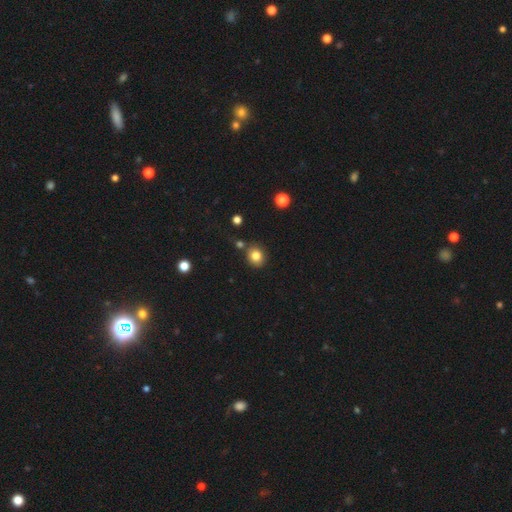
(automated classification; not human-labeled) Smooth or featured? smooth (82%)
How rounded? round (73%)
Merging? none (80%)